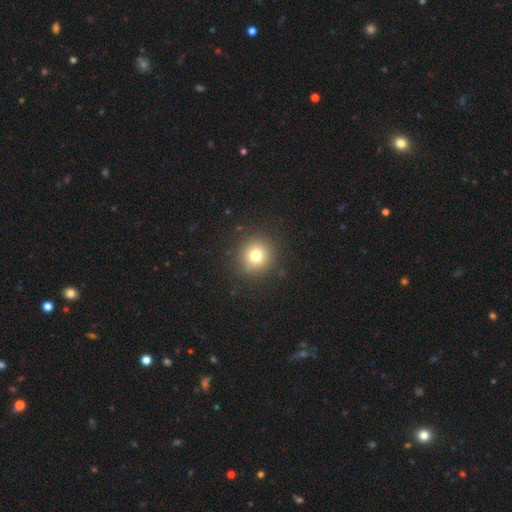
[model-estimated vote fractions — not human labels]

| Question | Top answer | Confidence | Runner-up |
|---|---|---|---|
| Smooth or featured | smooth | 77% | star or artifact (14%) |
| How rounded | round | 93% | in between (6%) |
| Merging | none | 90% | minor disturbance (6%) |